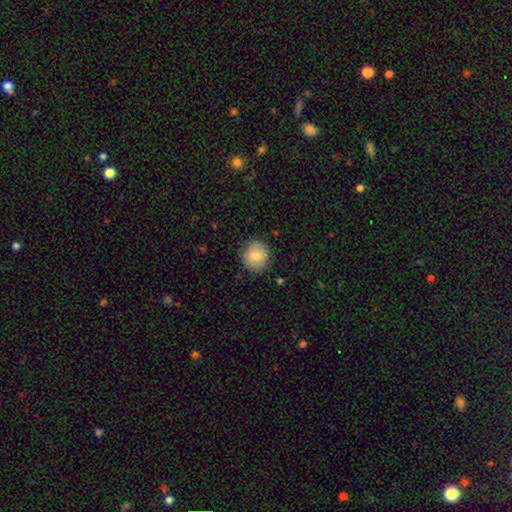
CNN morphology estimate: A smooth galaxy with no disk features (82%) that is round (90%). Merging: none (87%).